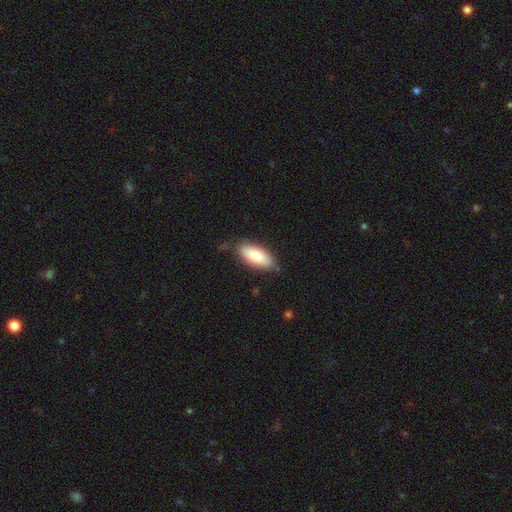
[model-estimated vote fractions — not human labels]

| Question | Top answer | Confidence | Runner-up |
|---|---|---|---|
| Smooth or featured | smooth | 84% | featured or disk (10%) |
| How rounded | in between | 81% | cigar-shaped (17%) |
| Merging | none | 78% | minor disturbance (17%) |